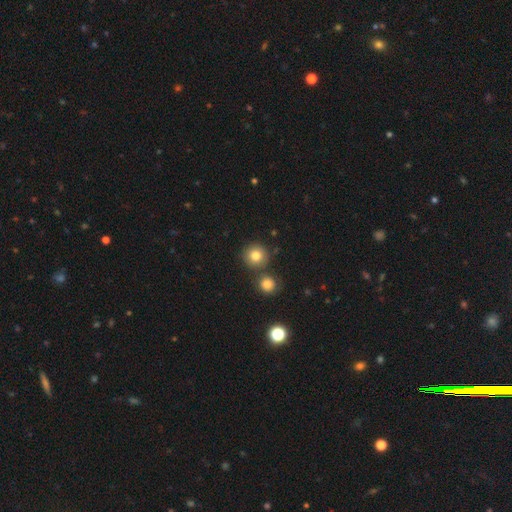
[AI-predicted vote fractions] This appears to be a smooth galaxy with no disk features (81%) that is round (92%). Merging: none (75%).